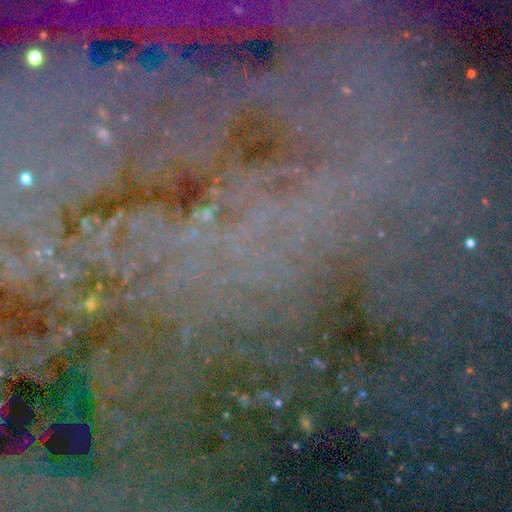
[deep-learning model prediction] This appears to be a star or artifact, not a galaxy (83%).